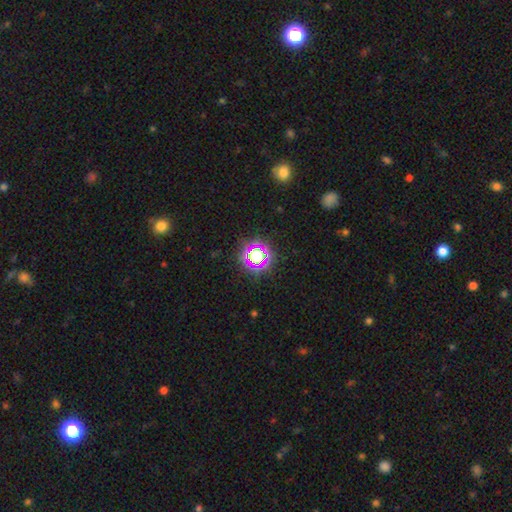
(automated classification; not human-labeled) Morphology: type=star or artifact (64%).